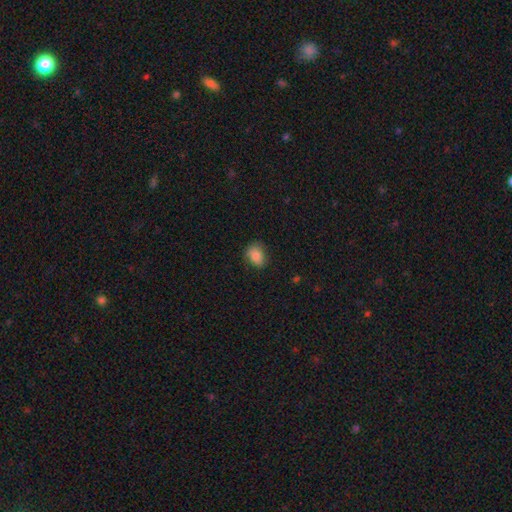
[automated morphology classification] smooth 80%, featured or disk 11%, star or artifact 9%. Down the decision tree: how rounded — in between (59%); merging — none (68%).